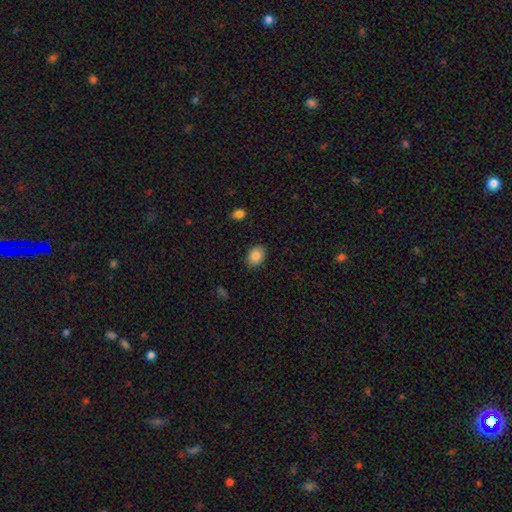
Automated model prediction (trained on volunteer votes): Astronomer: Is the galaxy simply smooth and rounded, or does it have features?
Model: smooth — 86%.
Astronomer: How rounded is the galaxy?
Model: in between — 68%.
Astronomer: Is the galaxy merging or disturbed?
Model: none — 86%.